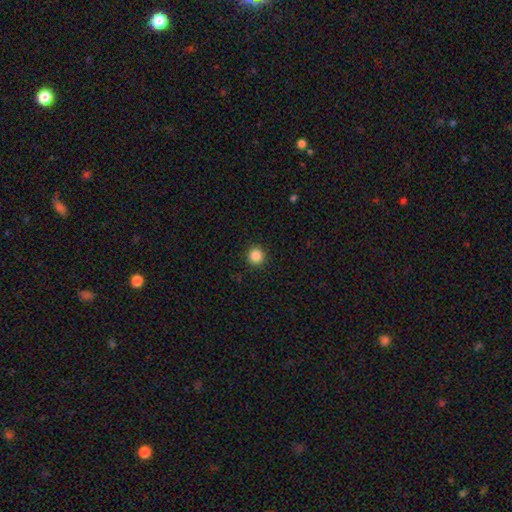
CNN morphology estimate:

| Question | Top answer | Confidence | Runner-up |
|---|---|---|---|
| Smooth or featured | smooth | 86% | star or artifact (11%) |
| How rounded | round | 95% | in between (5%) |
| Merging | none | 93% | minor disturbance (5%) |